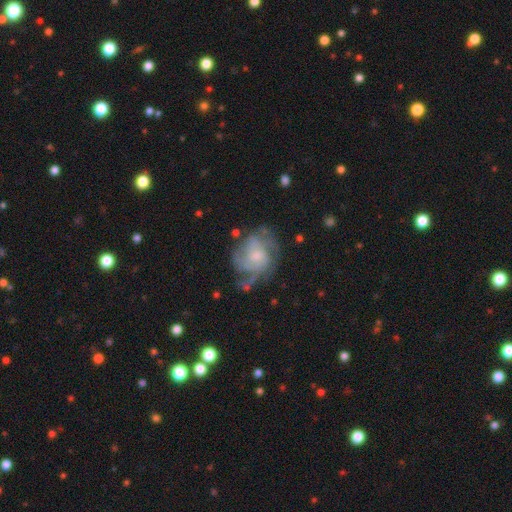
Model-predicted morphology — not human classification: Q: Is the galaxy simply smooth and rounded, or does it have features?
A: featured or disk — 72%.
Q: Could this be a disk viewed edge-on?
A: no — 98%.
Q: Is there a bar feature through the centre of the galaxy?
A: no — 69%.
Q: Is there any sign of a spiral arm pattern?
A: yes — 85%.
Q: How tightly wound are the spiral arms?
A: medium — 43%.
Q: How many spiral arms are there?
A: can't tell — 35%.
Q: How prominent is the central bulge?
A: small — 48%.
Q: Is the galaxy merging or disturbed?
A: none — 50%.